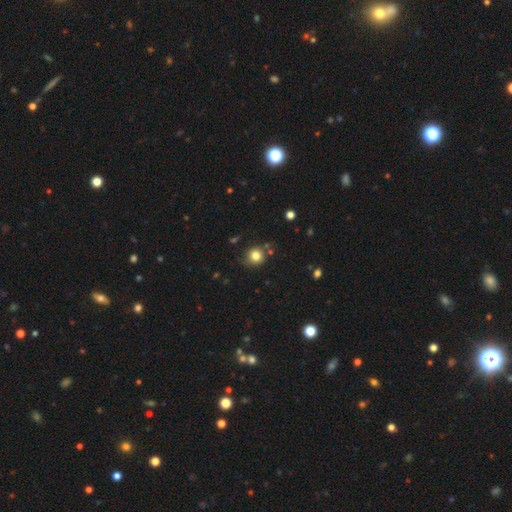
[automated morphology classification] A smooth galaxy with no disk features (81%) that is round (87%).

Vote fractions:
- Smooth or featured? smooth: 81% / star or artifact: 12% / featured or disk: 7%
- How rounded? round: 87% / in between: 12% / cigar-shaped: 1%
- Merging? none: 76% / minor disturbance: 14% / merger: 6% / major disturbance: 4%